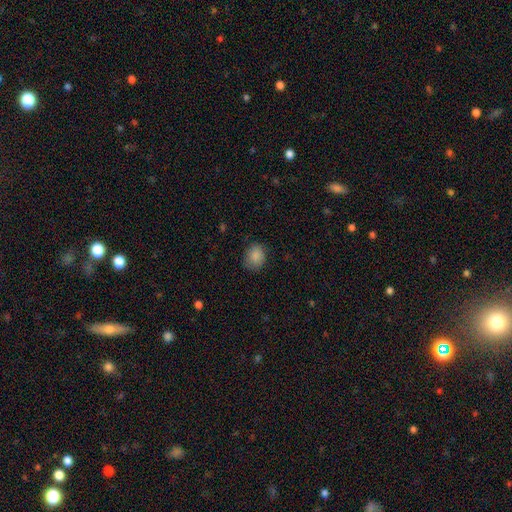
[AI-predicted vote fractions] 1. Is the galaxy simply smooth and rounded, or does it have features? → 87% smooth, 9% star or artifact, 4% featured or disk.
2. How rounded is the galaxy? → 59% round, 40% in between, 1% cigar-shaped.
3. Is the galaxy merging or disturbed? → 79% none, 16% minor disturbance, 4% major disturbance, 1% merger.